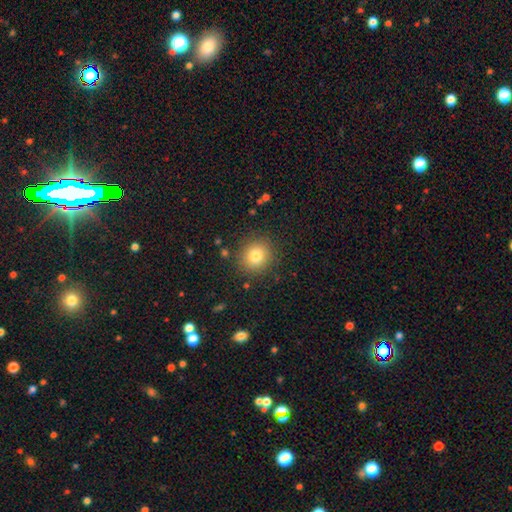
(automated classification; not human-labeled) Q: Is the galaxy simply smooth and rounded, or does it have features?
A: smooth — 80%.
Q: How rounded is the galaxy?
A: round — 86%.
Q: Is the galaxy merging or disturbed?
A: none — 87%.